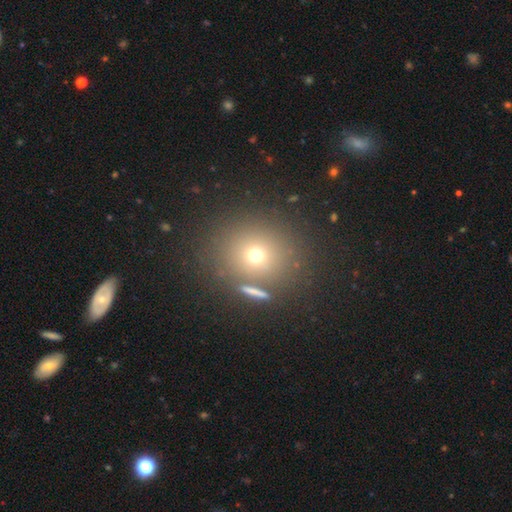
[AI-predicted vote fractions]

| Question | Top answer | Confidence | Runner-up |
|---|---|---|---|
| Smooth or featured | smooth | 67% | star or artifact (20%) |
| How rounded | round | 84% | in between (14%) |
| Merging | none | 78% | minor disturbance (9%) |